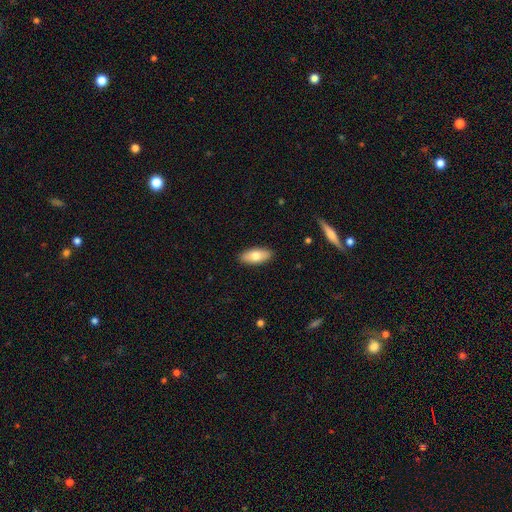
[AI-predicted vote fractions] The model was most divided on "smooth or featured": smooth: 75%, featured or disk: 18%, star or artifact: 6%. More confident: merging — none (89%); how rounded — in between (84%).